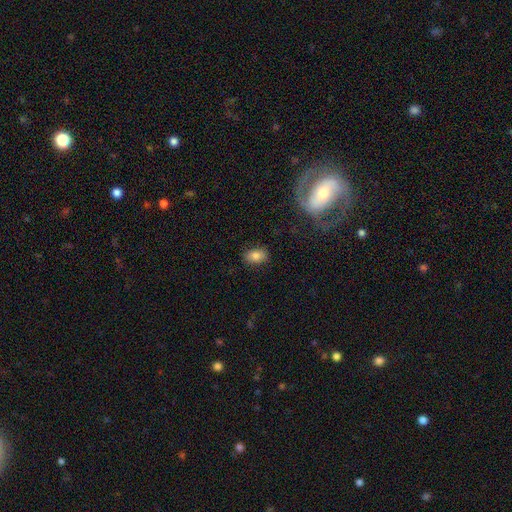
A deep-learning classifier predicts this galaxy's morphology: Smooth or featured? Predicted: smooth (p=0.81). How rounded? Predicted: in between (p=0.83). Merging? Predicted: none (p=0.85).